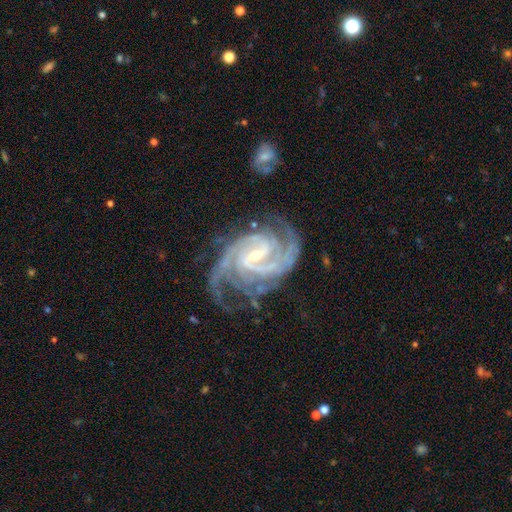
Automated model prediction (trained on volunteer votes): Smooth or featured? Predicted: featured or disk (p=0.93). Edge-on disk? Predicted: no (p=0.98). Bar? Predicted: weak (p=0.48). Spiral arms? Predicted: yes (p=0.99). Spiral winding? Predicted: tight (p=0.58). Spiral arm count? Predicted: 2 (p=0.31). Bulge size? Predicted: small (p=0.68). Merging? Predicted: none (p=0.63).